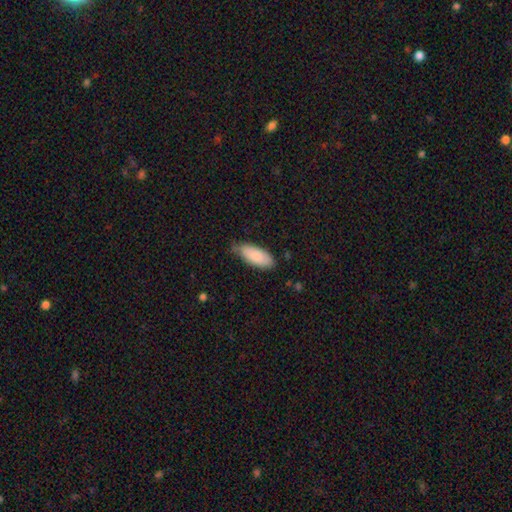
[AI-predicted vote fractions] The model was most divided on "merging": none: 65%, minor disturbance: 29%, major disturbance: 4%, merger: 2%. More confident: smooth or featured — smooth (86%); how rounded — in between (82%).